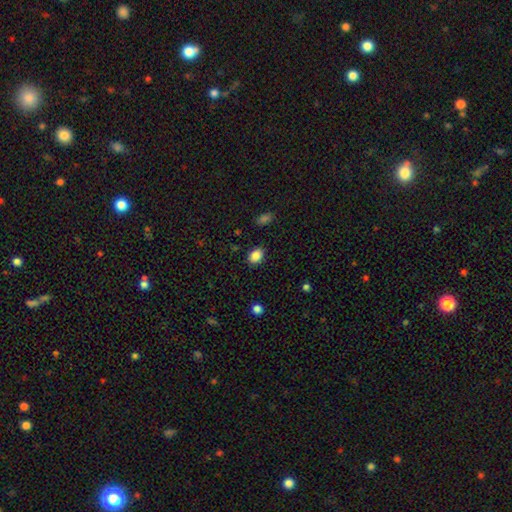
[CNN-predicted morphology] type=smooth (86%); roundness=in between (65%); merging=none (87%).